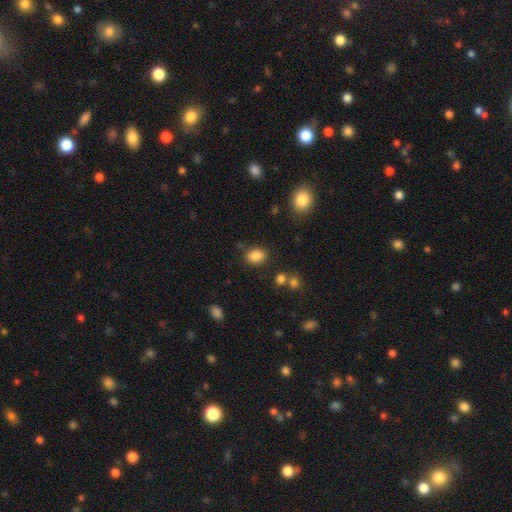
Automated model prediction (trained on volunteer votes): The model was most divided on "how rounded": in between: 61%, round: 38%, cigar-shaped: 1%. More confident: smooth or featured — smooth (86%); merging — none (80%).